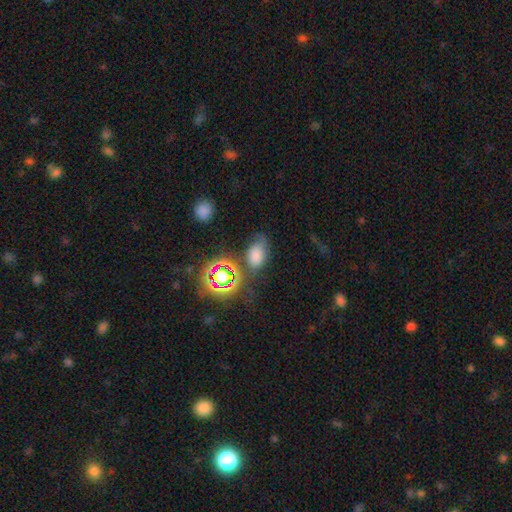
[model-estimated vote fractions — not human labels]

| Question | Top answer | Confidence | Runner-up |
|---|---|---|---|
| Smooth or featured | smooth | 64% | star or artifact (24%) |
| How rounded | in between | 82% | round (16%) |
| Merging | none | 55% | minor disturbance (24%) |